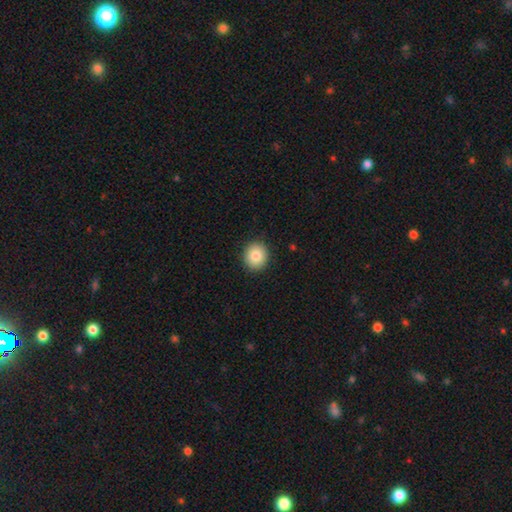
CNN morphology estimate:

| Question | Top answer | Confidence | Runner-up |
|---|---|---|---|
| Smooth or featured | smooth | 84% | star or artifact (9%) |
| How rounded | round | 83% | in between (16%) |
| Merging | none | 91% | minor disturbance (6%) |